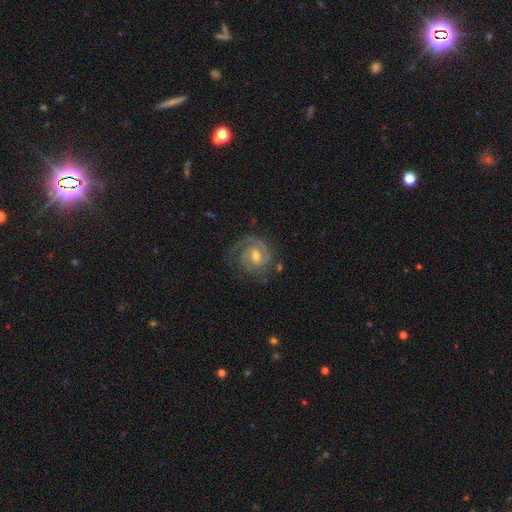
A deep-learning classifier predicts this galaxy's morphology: Overall: featured or disk (89%). Edge-on disk: no (98%). Bar: weak (50%; no 36%). Spiral arms: yes (98%). Spiral arm count: 2 (54%; 3 21%). Spiral winding: tight (64%; medium 30%). Bulge size: moderate (62%; small 32%). Merging: none (73%).